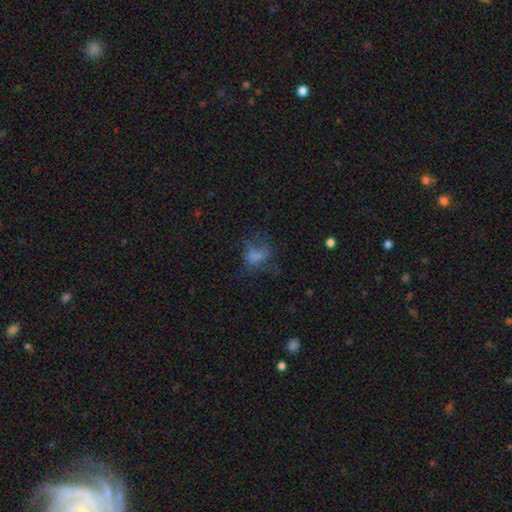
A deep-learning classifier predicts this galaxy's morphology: Overall: smooth (55%; featured or disk 26%). How rounded: in between (67%; round 31%). Merging: major disturbance (42%; none 34%).